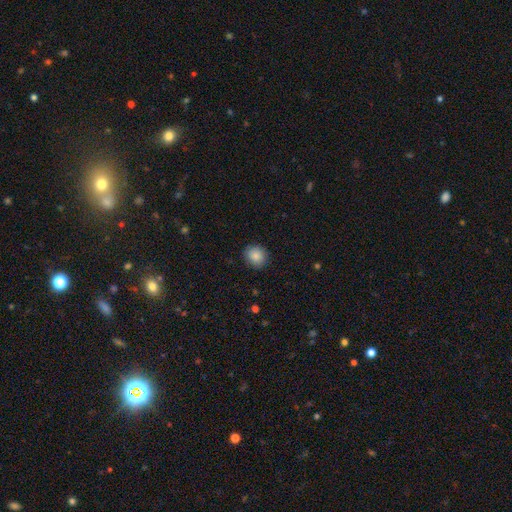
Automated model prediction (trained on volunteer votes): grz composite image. It shows a smooth galaxy with no disk features (86%) that is round (80%). Merging: none (88%).